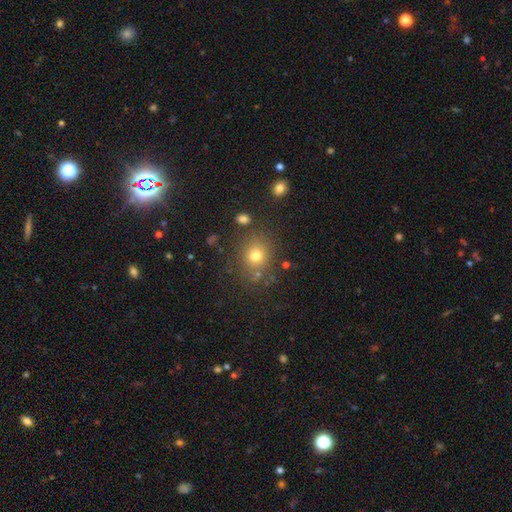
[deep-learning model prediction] Overall: smooth (74%). How rounded: round (77%). Merging: none (78%).